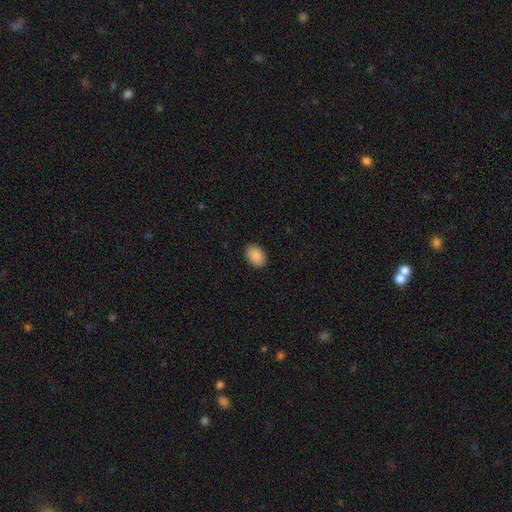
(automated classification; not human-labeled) Morphology: type=smooth (90%); roundness=in between (84%); merging=none (90%).